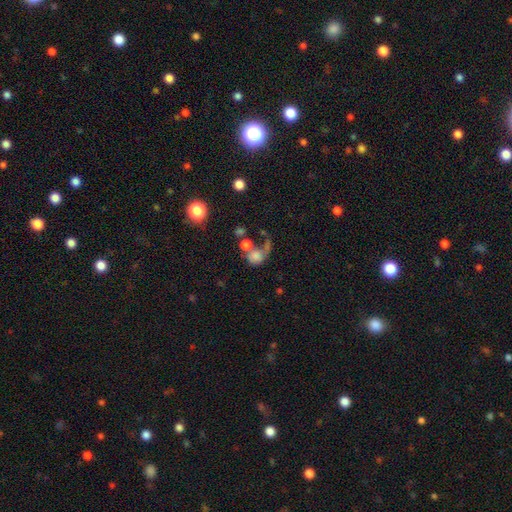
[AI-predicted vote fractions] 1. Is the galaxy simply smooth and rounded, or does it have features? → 63% smooth, 24% featured or disk, 13% star or artifact.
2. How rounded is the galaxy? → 65% round, 33% in between, 1% cigar-shaped.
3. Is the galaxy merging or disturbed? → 34% merger, 33% major disturbance, 21% none, 12% minor disturbance.